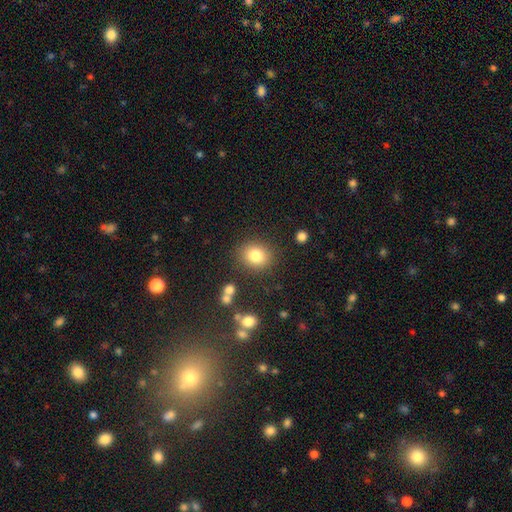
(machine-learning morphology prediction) The model was most divided on "how rounded": round: 69%, in between: 30%, cigar-shaped: 1%. More confident: merging — none (84%); smooth or featured — smooth (81%).